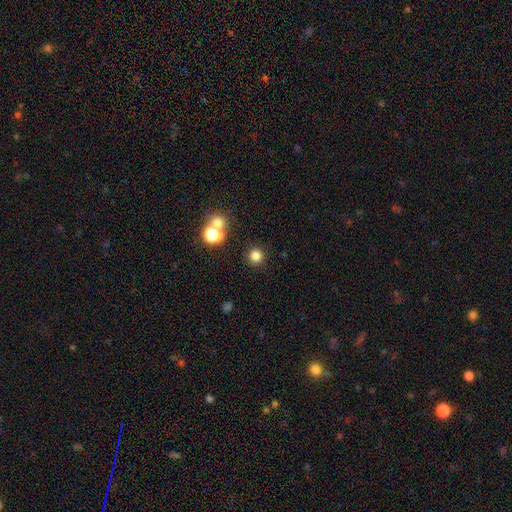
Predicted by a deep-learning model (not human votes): A smooth galaxy with no disk features (79%) that is round (94%).

Vote fractions:
- Smooth or featured? smooth: 79% / star or artifact: 16% / featured or disk: 5%
- How rounded? round: 94% / in between: 5% / cigar-shaped: 1%
- Merging? none: 87% / minor disturbance: 6% / merger: 5% / major disturbance: 3%